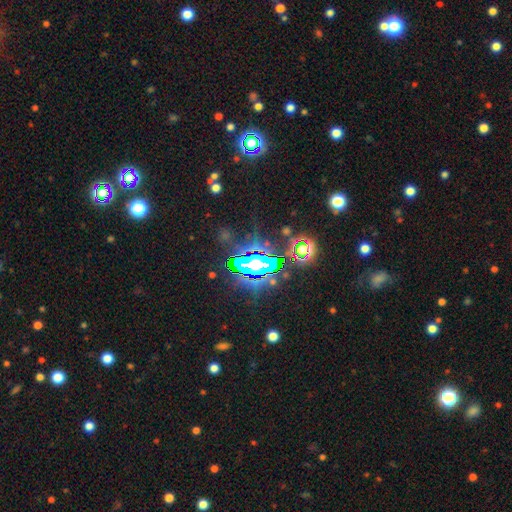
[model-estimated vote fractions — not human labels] smooth-or-featured: star or artifact: 82% | smooth: 10% | featured or disk: 8%